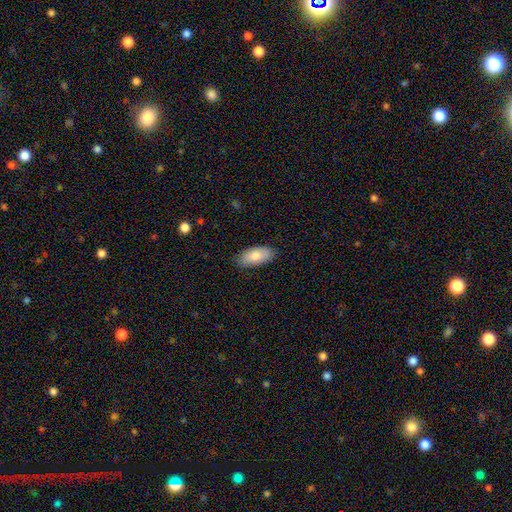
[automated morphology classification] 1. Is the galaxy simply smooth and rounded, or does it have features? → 82% smooth, 12% featured or disk, 6% star or artifact.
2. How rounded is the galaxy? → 91% in between, 6% cigar-shaped, 2% round.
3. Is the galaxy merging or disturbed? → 84% none, 12% minor disturbance, 2% major disturbance, 1% merger.